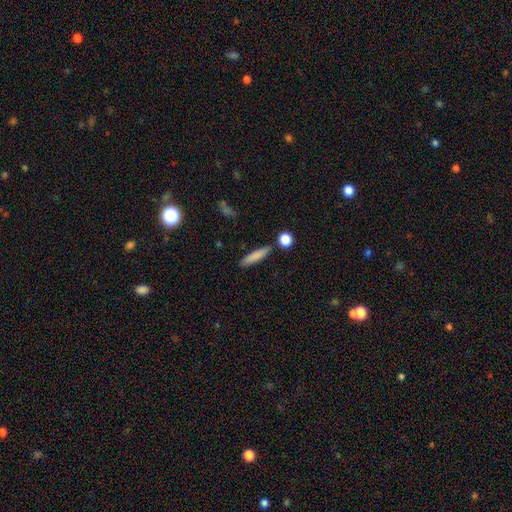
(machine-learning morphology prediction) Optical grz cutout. It shows a smooth galaxy with no disk features (81%) that is cigar-shaped (83%). Merging: none (83%).